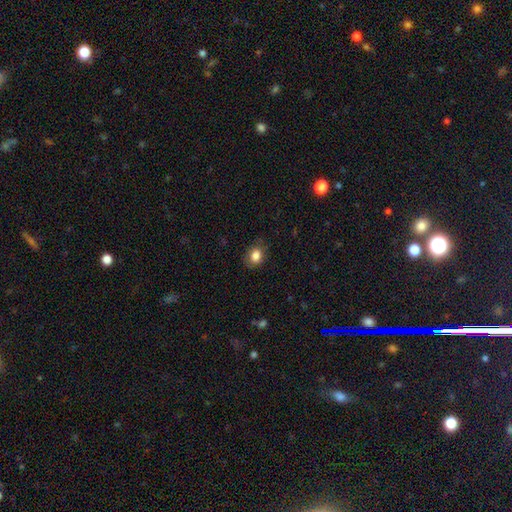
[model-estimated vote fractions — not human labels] smooth 84%, star or artifact 10%, featured or disk 6%. Down the decision tree: how rounded — round (51%); merging — none (82%).